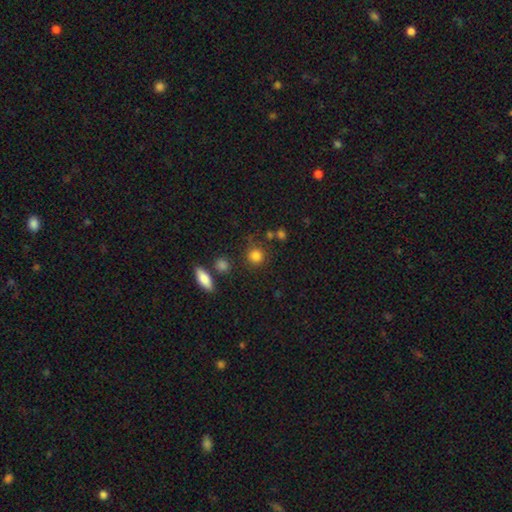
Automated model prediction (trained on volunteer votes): Morphology: type=smooth (83%); roundness=round (88%); merging=none (77%).